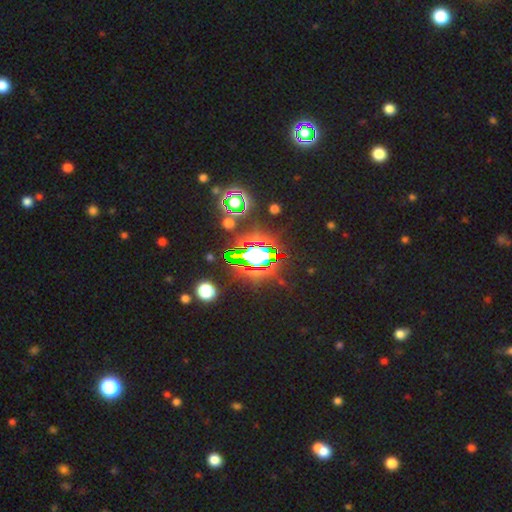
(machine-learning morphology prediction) This appears to be a star or artifact, not a galaxy (73%).